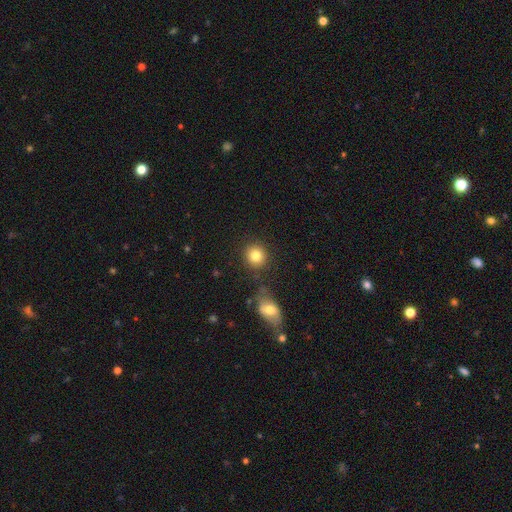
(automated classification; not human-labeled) Q: Smooth or featured?
A: smooth (83%); runner-up: star or artifact (10%)
Q: How rounded?
A: round (87%); runner-up: in between (12%)
Q: Merging?
A: none (82%); runner-up: minor disturbance (8%)